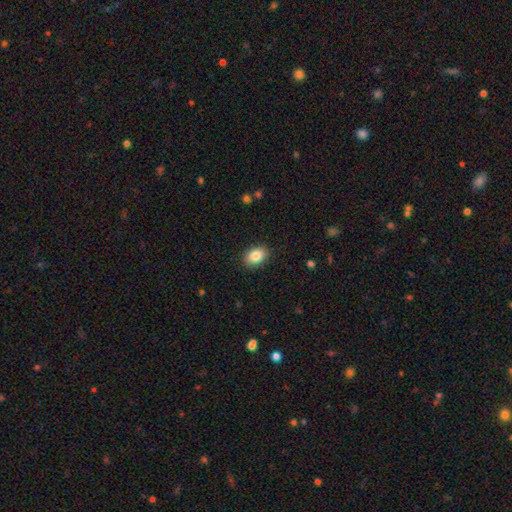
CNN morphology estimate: A smooth galaxy with no disk features (86%) that is in between round and cigar-shaped (82%). Merging: none (88%).